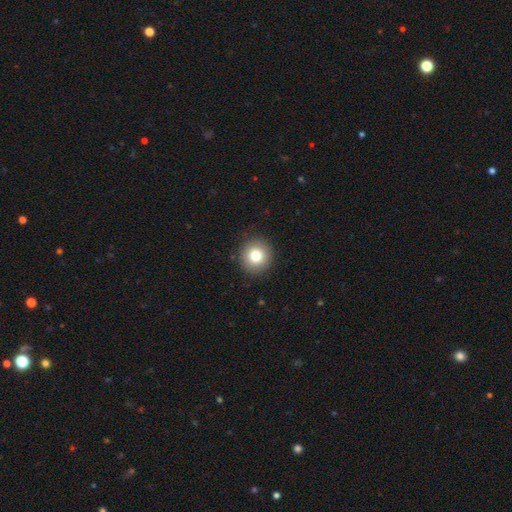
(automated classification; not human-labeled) This appears to be a smooth galaxy with no disk features (79%) that is round (93%). Merging: none (91%).